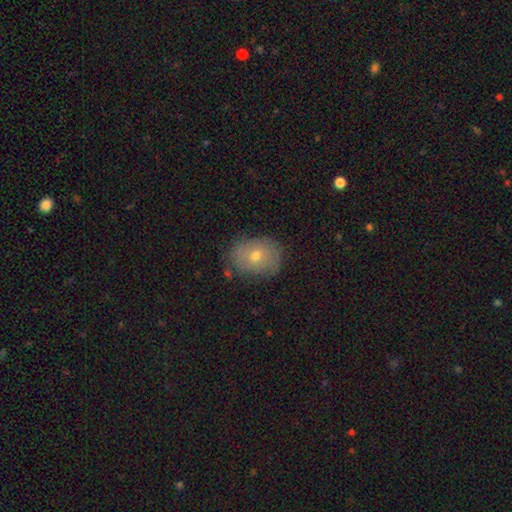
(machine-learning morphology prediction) Smooth or featured: smooth — 59% (featured or disk — 30%)
How rounded: in between — 53% (round — 46%)
Merging: none — 76% (minor disturbance — 18%)